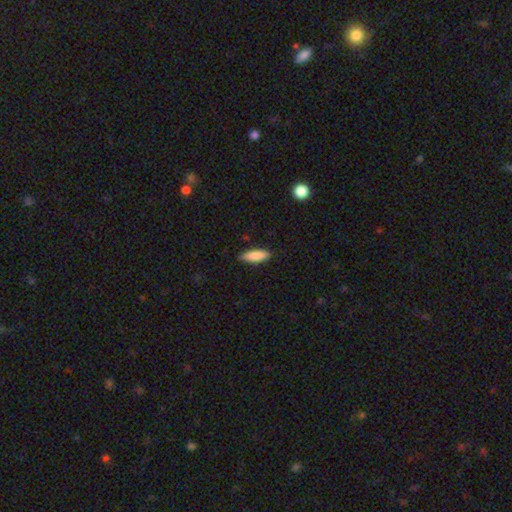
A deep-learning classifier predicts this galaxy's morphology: A smooth galaxy with no disk features (85%) that is cigar-shaped (50%). Merging: none (84%).